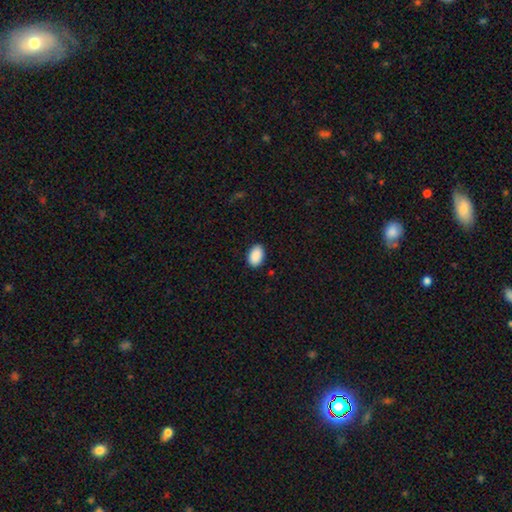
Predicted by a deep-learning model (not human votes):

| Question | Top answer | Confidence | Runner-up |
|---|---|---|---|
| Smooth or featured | smooth | 91% | star or artifact (7%) |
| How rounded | in between | 90% | round (9%) |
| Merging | none | 89% | minor disturbance (8%) |